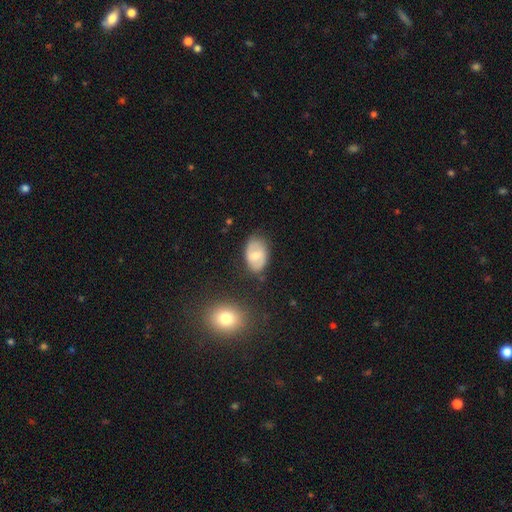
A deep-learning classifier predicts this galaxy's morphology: A smooth galaxy with no disk features (57%) that is in between round and cigar-shaped (86%).

Vote fractions:
- Smooth or featured? smooth: 57% / featured or disk: 36% / star or artifact: 7%
- How rounded? in between: 86% / round: 13% / cigar-shaped: 1%
- Merging? none: 73% / minor disturbance: 19% / major disturbance: 5% / merger: 3%